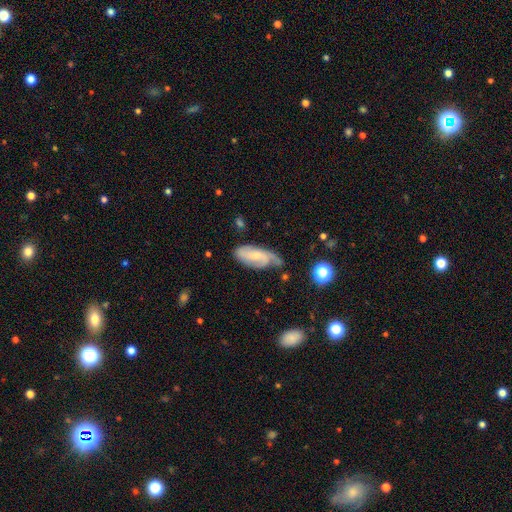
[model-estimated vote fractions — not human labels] Smooth or featured? featured or disk (62%)
Edge-on disk? no (91%)
Bar? no (59%)
Spiral arms? yes (91%)
Spiral winding? medium (42%)
Spiral arm count? 2 (48%)
Bulge size? small (58%)
Merging? none (50%)